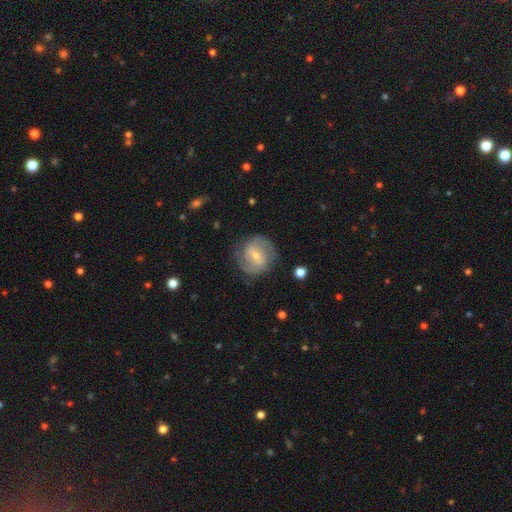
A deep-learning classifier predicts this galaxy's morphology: Smooth or featured: featured or disk — 75% (smooth — 19%)
Edge-on disk: no — 97% (yes — 3%)
Bar: weak — 52% (strong — 28%)
Spiral arms: yes — 90% (no — 10%)
Spiral winding: medium — 47% (tight — 36%)
Spiral arm count: 2 — 81% (can't tell — 10%)
Bulge size: small — 59% (moderate — 35%)
Merging: none — 77% (minor disturbance — 15%)